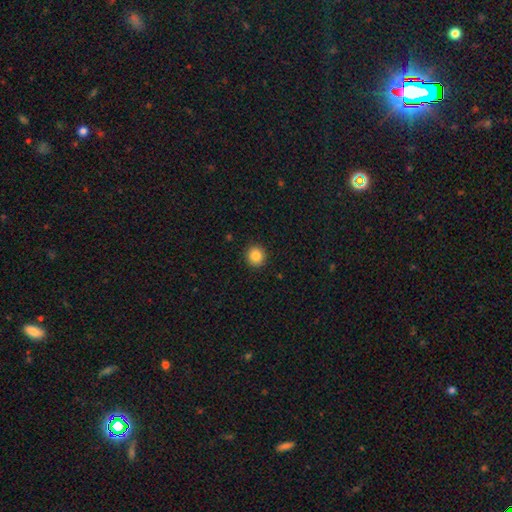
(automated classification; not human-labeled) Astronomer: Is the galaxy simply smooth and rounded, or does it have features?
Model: smooth — 86%.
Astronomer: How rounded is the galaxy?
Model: round — 92%.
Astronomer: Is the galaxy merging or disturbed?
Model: none — 92%.